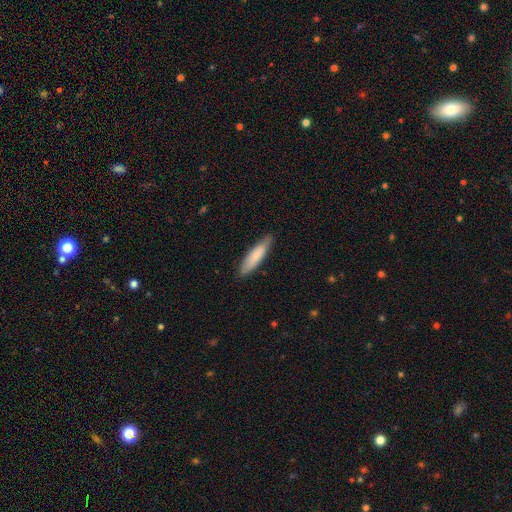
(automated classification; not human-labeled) Overall: smooth (80%). How rounded: cigar-shaped (80%). Merging: none (86%).